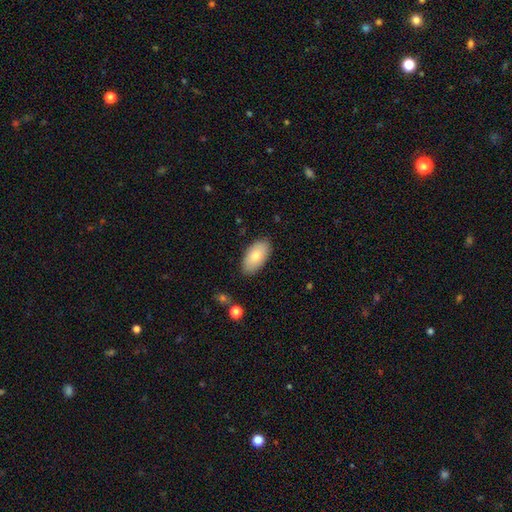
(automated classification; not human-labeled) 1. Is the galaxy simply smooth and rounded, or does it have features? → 79% smooth, 14% featured or disk, 6% star or artifact.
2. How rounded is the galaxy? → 95% in between, 3% round, 2% cigar-shaped.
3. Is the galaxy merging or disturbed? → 85% none, 12% minor disturbance, 2% major disturbance, 1% merger.